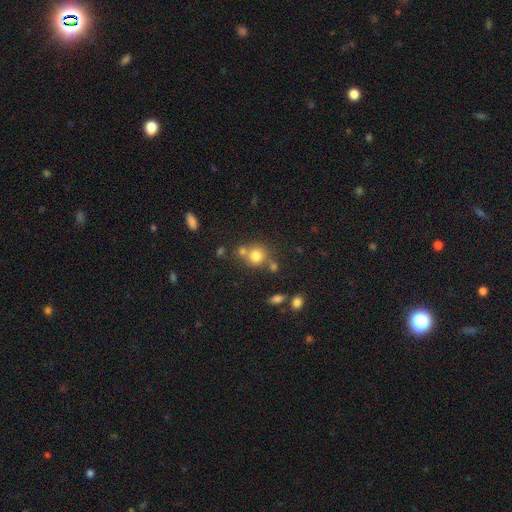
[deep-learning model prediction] Overall: smooth (76%). How rounded: round (84%). Merging: none (57%; merger 28%).